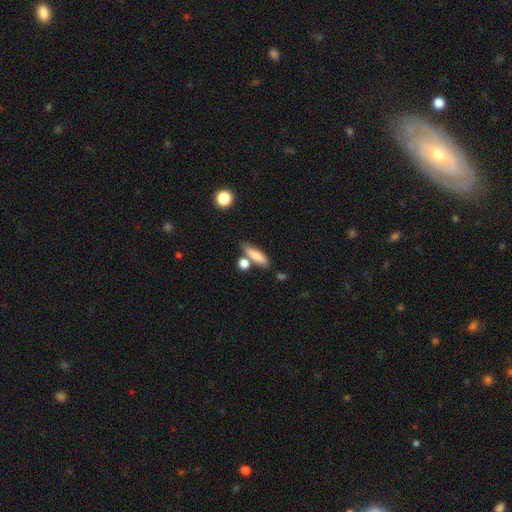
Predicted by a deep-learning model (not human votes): smooth 77%, featured or disk 15%, star or artifact 8%. Down the decision tree: how rounded — cigar-shaped (50%); merging — none (59%).